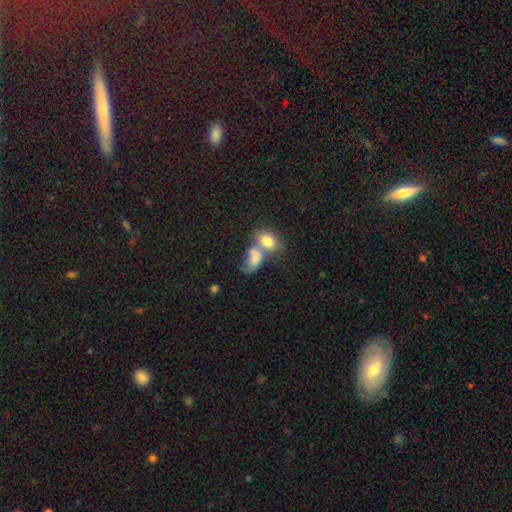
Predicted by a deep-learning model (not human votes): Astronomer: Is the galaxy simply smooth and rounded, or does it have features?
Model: smooth — 68%.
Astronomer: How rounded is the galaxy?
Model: in between — 76%.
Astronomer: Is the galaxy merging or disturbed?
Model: merger — 65%.